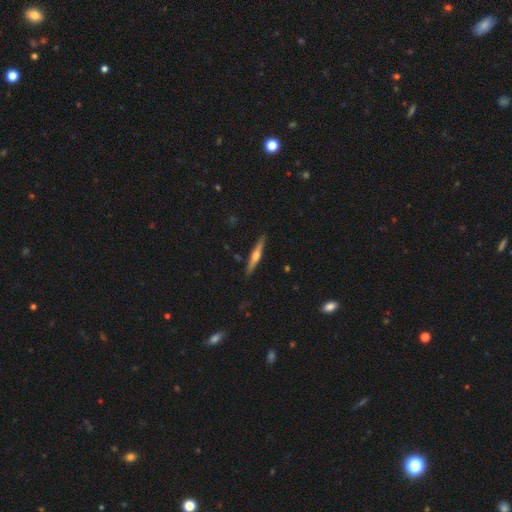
Smooth or featured?
  - featured or disk: 85% *
  - smooth: 13%
  - star or artifact: 3%
Edge-on disk?
  - yes: 97% *
  - no: 3%
Edge-on bulge?
  - rounded: 91% *
  - none: 9%
  - boxy: 0%
Merging?
  - none: 82% *
  - minor disturbance: 16%
  - major disturbance: 3%
  - merger: 0%